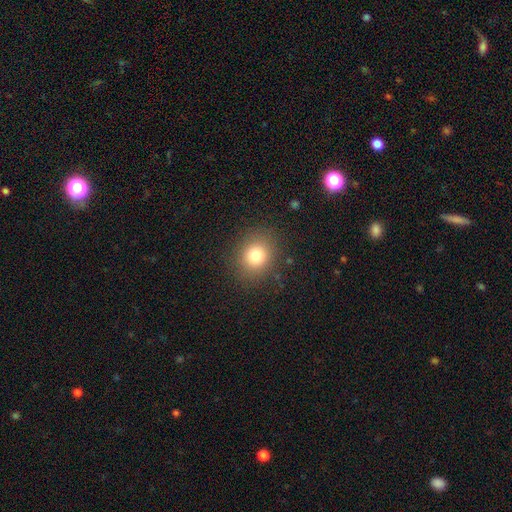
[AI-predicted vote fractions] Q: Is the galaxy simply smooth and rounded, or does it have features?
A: smooth — 79%.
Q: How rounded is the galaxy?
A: round — 71%.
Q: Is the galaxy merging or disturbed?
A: none — 86%.